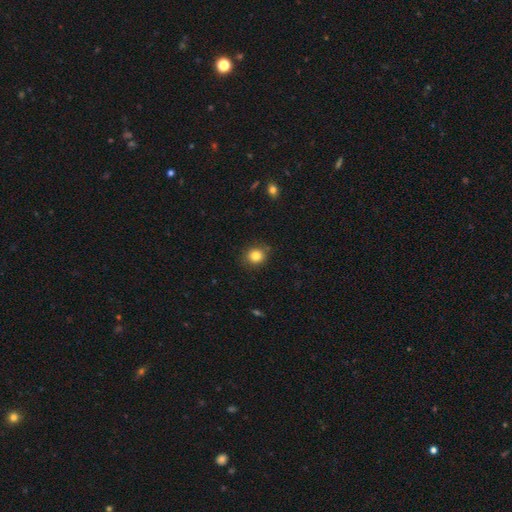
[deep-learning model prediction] A smooth galaxy with no disk features (83%) that is round (80%). Merging: none (85%).